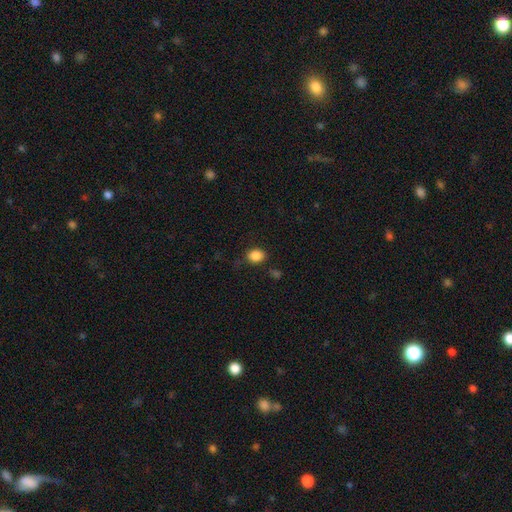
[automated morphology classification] Smooth or featured?
  - smooth: 86% *
  - star or artifact: 10%
  - featured or disk: 4%
How rounded?
  - in between: 54% *
  - round: 45%
  - cigar-shaped: 1%
Merging?
  - none: 76% *
  - minor disturbance: 16%
  - major disturbance: 5%
  - merger: 3%